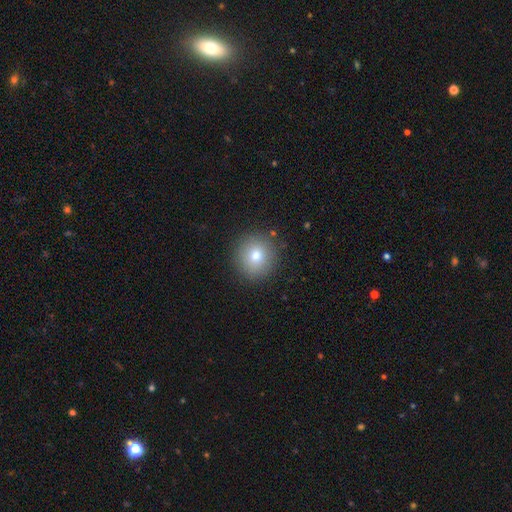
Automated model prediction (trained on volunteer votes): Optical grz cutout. It shows a smooth galaxy with no disk features (77%) that is round (92%). Merging: none (89%).